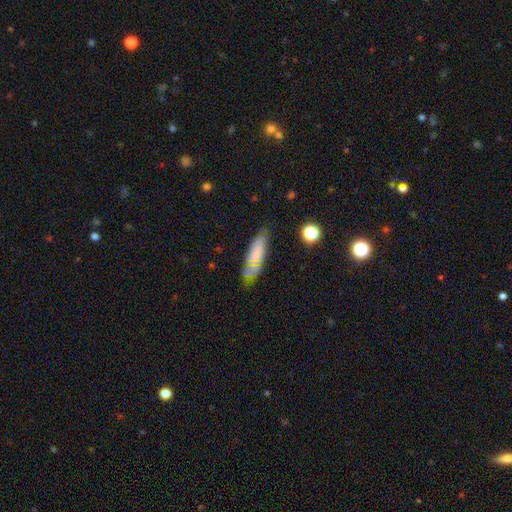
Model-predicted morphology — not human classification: smooth_or_featured: smooth (p=0.67) [alt: featured or disk p=0.22]
how_rounded: cigar-shaped (p=0.54) [alt: in between p=0.43]
merging: none (p=0.71) [alt: minor disturbance p=0.20]